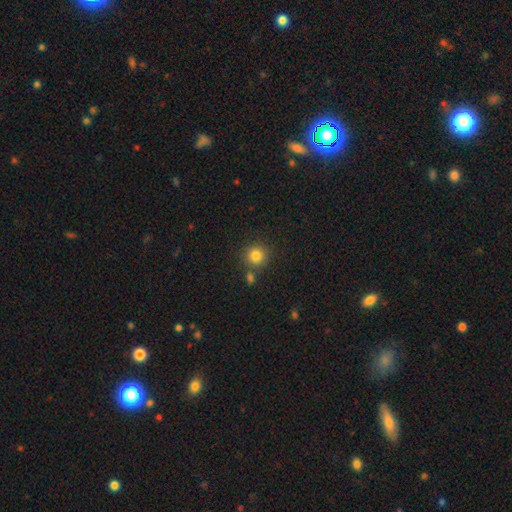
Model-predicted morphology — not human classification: Q: Smooth or featured?
A: smooth (83%); runner-up: star or artifact (12%)
Q: How rounded?
A: round (92%); runner-up: in between (7%)
Q: Merging?
A: none (78%); runner-up: merger (11%)